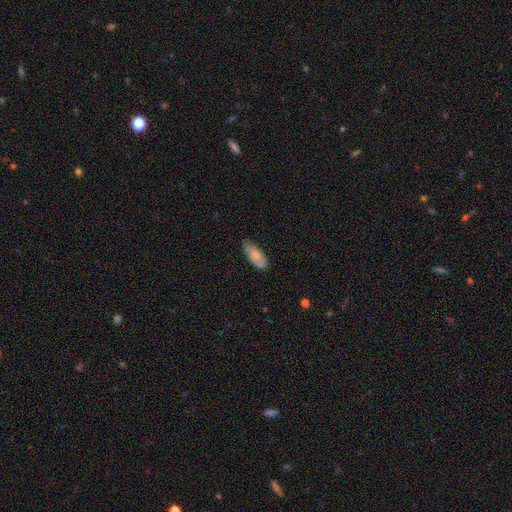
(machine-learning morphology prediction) smooth-or-featured: smooth: 79% | featured or disk: 15% | star or artifact: 6%
  how-rounded: in between: 84% | cigar-shaped: 14% | round: 2%
  merging: none: 70% | minor disturbance: 25% | major disturbance: 4% | merger: 1%